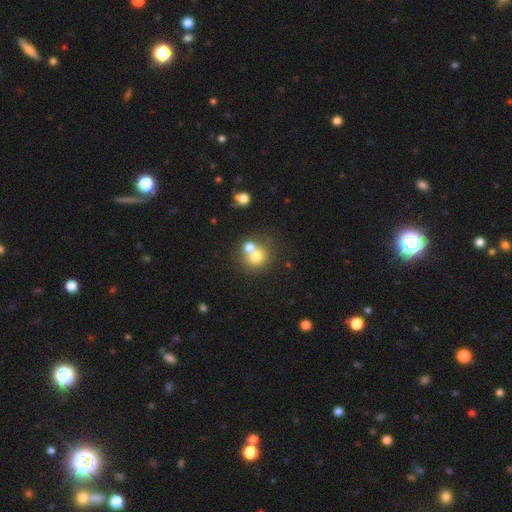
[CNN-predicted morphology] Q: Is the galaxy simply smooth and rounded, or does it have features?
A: smooth — 70%.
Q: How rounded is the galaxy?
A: round — 83%.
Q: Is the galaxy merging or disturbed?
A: none — 45%.